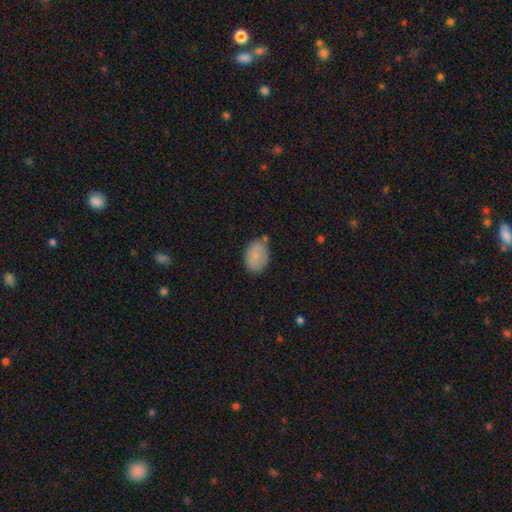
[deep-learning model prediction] Smooth or featured? Predicted: smooth (p=0.83). How rounded? Predicted: in between (p=0.78). Merging? Predicted: none (p=0.61).